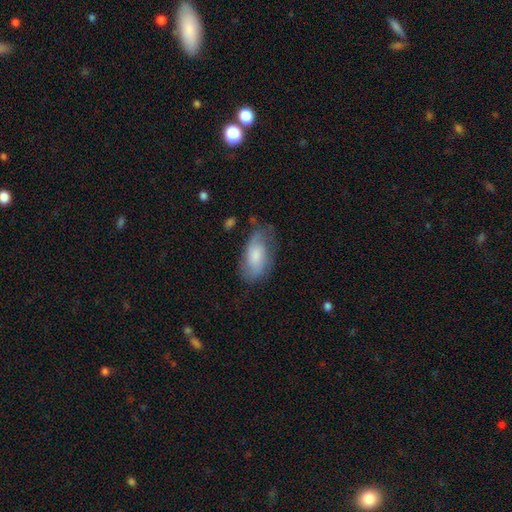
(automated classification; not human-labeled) smooth-or-featured: smooth: 56% | featured or disk: 37% | star or artifact: 7%
  how-rounded: in between: 91% | cigar-shaped: 5% | round: 4%
  merging: none: 60% | minor disturbance: 27% | major disturbance: 10% | merger: 2%